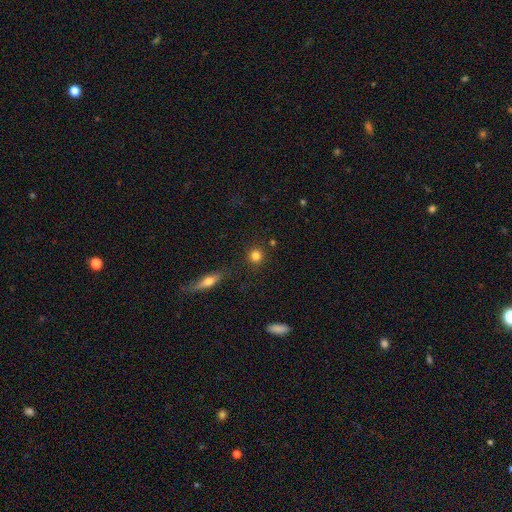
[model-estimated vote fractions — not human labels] A smooth galaxy with no disk features (82%) that is round (91%). Merging: none (87%).